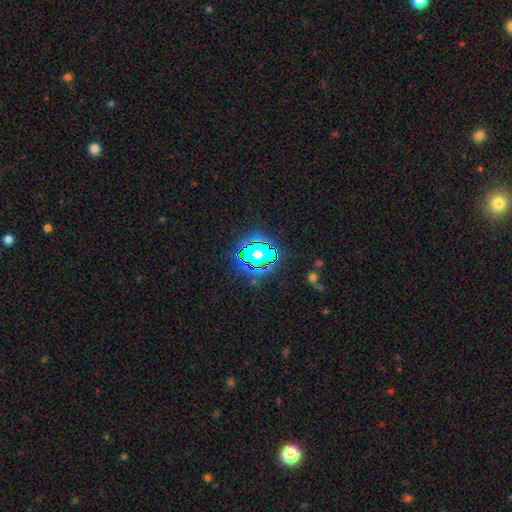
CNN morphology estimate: Smooth or featured?
  - star or artifact: 57% *
  - smooth: 28%
  - featured or disk: 15%